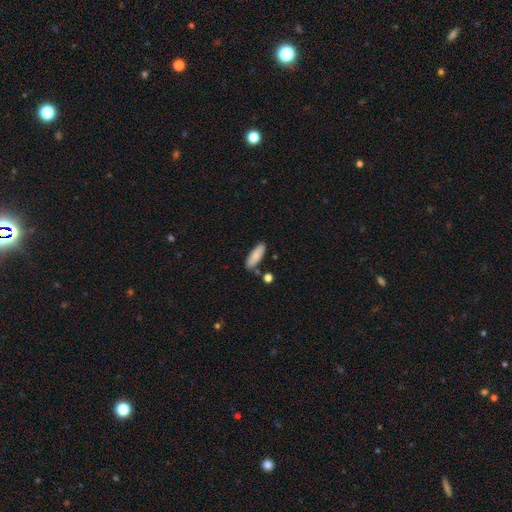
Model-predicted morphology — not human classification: Q: Smooth or featured?
A: smooth (84%); runner-up: featured or disk (9%)
Q: How rounded?
A: in between (62%); runner-up: cigar-shaped (36%)
Q: Merging?
A: none (80%); runner-up: minor disturbance (12%)